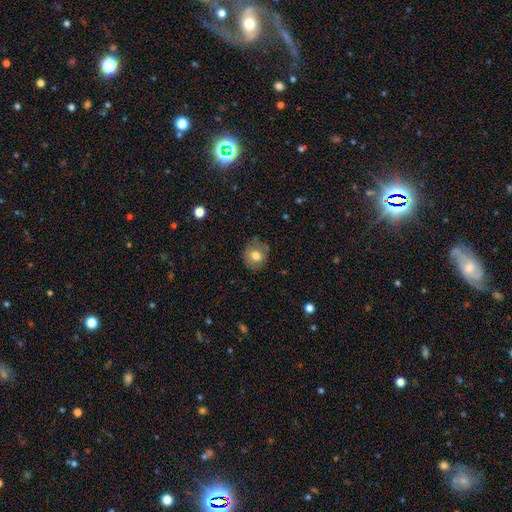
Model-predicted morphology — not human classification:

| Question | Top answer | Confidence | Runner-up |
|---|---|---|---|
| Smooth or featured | smooth | 73% | featured or disk (17%) |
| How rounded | round | 76% | in between (23%) |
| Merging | none | 74% | minor disturbance (20%) |